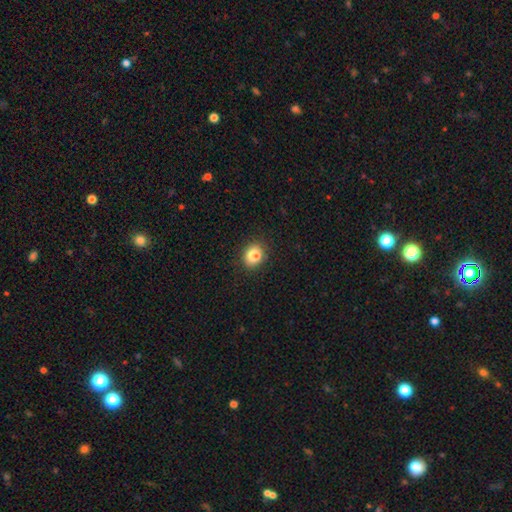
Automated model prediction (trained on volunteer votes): A smooth galaxy with no disk features (83%) that is round (53%).

Vote fractions:
- Smooth or featured? smooth: 83% / star or artifact: 10% / featured or disk: 7%
- How rounded? round: 53% / in between: 46% / cigar-shaped: 1%
- Merging? none: 87% / minor disturbance: 9% / major disturbance: 2% / merger: 1%